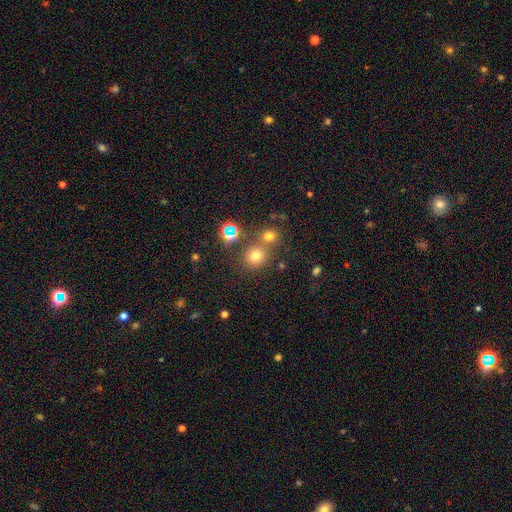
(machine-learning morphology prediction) This appears to be a smooth galaxy with no disk features (69%) that is round (83%). Merging: none (63%).